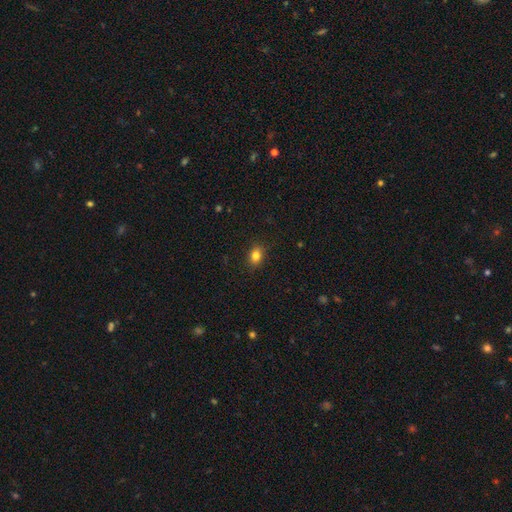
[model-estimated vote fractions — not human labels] This appears to be a smooth galaxy with no disk features (82%) that is in between round and cigar-shaped (67%). Merging: none (88%).